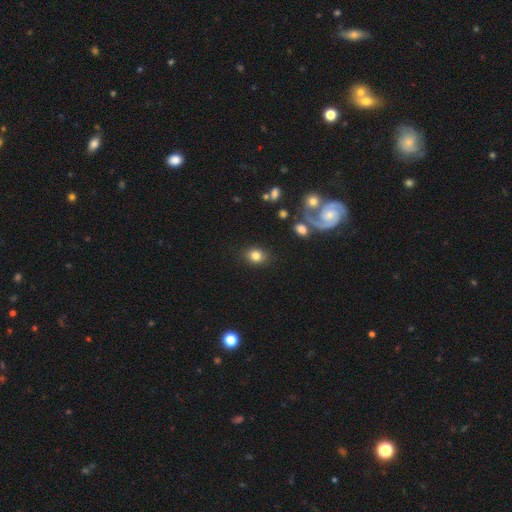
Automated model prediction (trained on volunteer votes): smooth 81%, star or artifact 11%, featured or disk 8%. Down the decision tree: how rounded — round (56%); merging — none (86%).